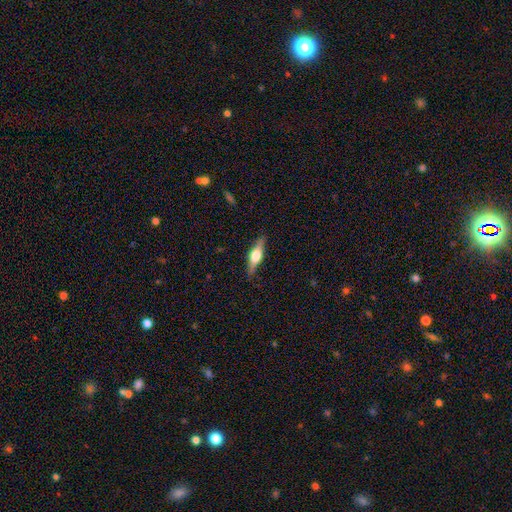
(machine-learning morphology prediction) This is likely a featured or disk galaxy (62%). It is clearly viewed edge-on (96%). Edge-on bulge: clearly rounded (91%). Merging: clearly none (88%).